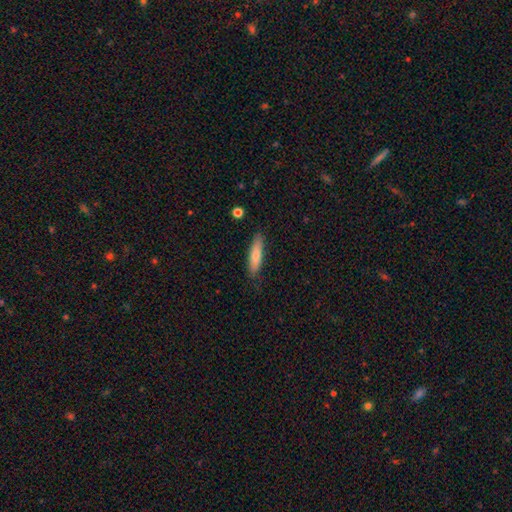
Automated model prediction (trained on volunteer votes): A smooth galaxy with no disk features (73%) that is cigar-shaped (71%).

Vote fractions:
- Smooth or featured? smooth: 73% / featured or disk: 21% / star or artifact: 6%
- How rounded? cigar-shaped: 71% / in between: 28% / round: 2%
- Merging? none: 82% / minor disturbance: 14% / major disturbance: 3% / merger: 1%